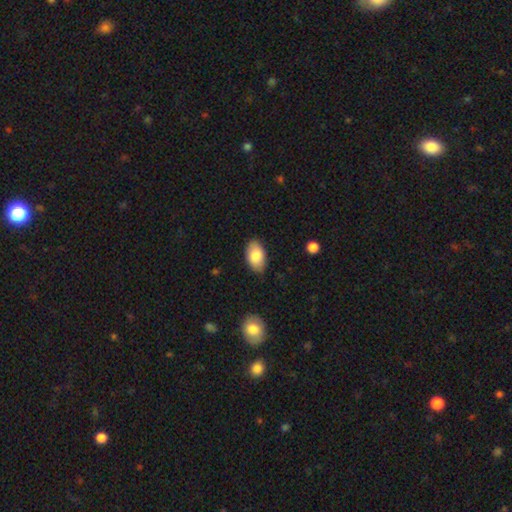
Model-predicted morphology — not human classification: Q: Smooth or featured?
A: smooth (83%); runner-up: featured or disk (11%)
Q: How rounded?
A: in between (94%); runner-up: round (5%)
Q: Merging?
A: none (83%); runner-up: minor disturbance (13%)